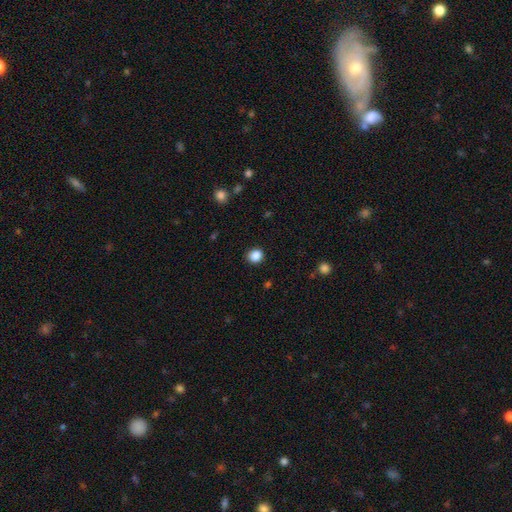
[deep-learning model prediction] This is clearly a smooth galaxy (87%). How rounded: clearly round (80%). Merging: clearly none (90%).